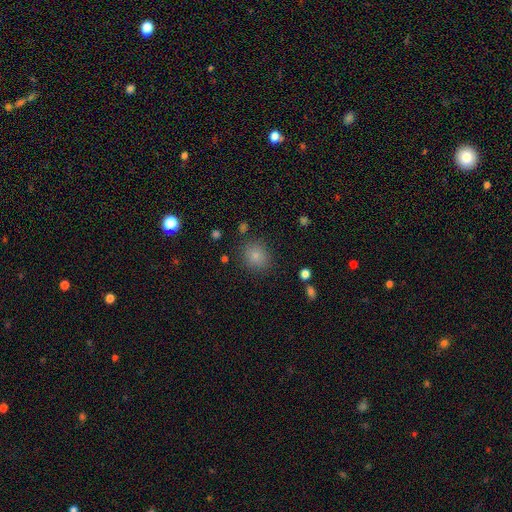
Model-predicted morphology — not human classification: smooth_or_featured: smooth (p=0.81) [alt: star or artifact p=0.12]
how_rounded: round (p=0.77) [alt: in between p=0.22]
merging: none (p=0.84) [alt: minor disturbance p=0.10]